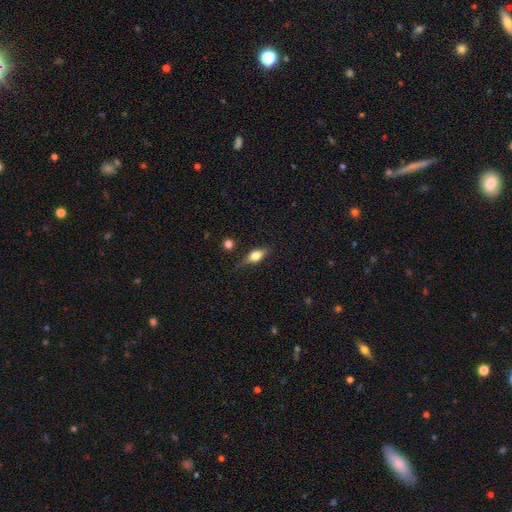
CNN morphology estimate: Smooth or featured? smooth (58%)
How rounded? in between (69%)
Merging? none (74%)